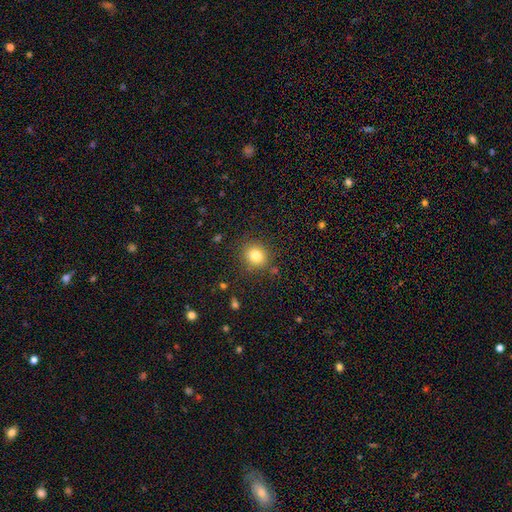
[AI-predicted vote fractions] This appears to be a smooth galaxy with no disk features (80%) that is round (81%). Merging: none (84%).